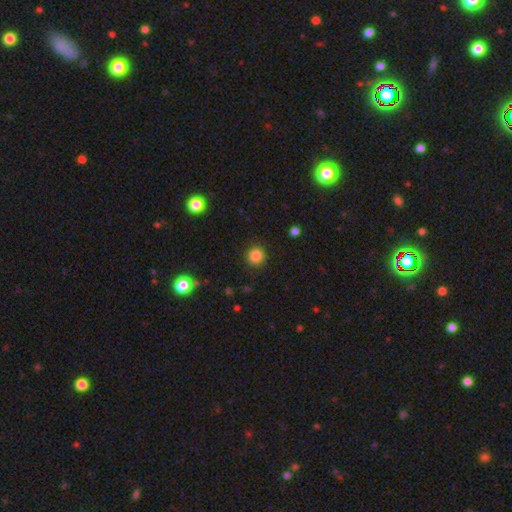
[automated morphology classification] A smooth galaxy with no disk features (84%) that is round (92%).

Vote fractions:
- Smooth or featured? smooth: 84% / star or artifact: 12% / featured or disk: 4%
- How rounded? round: 92% / in between: 7% / cigar-shaped: 1%
- Merging? none: 90% / minor disturbance: 7% / major disturbance: 2% / merger: 1%